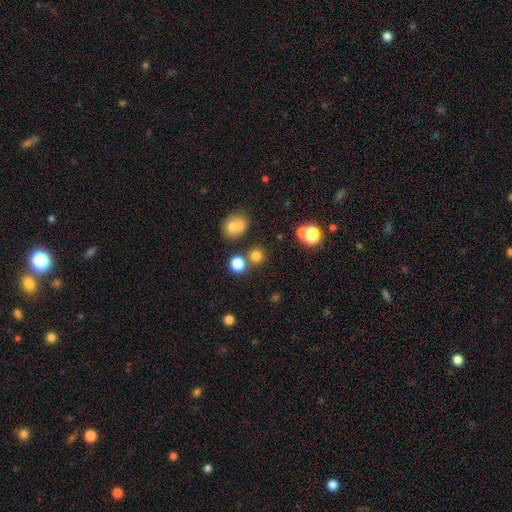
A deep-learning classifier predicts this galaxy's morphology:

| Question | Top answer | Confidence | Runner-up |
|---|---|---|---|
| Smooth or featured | smooth | 75% | star or artifact (18%) |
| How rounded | round | 90% | in between (9%) |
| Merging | none | 72% | merger (17%) |